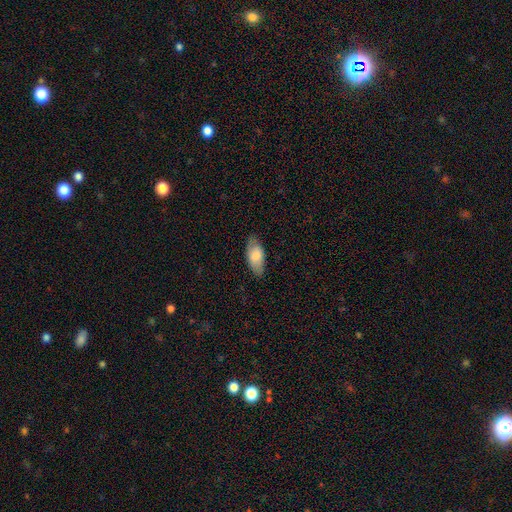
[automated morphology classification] A smooth galaxy with no disk features (77%) that is in between round and cigar-shaped (90%). Merging: none (80%).